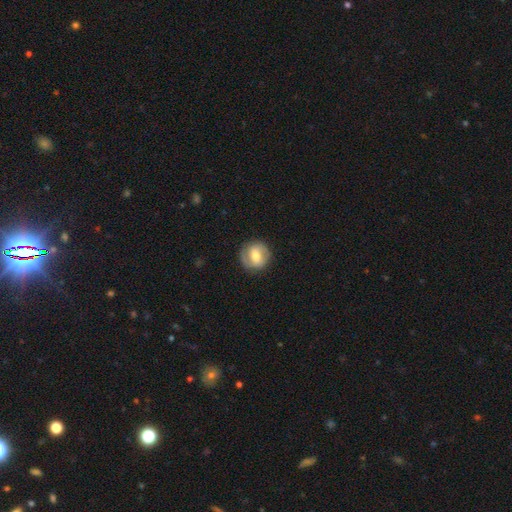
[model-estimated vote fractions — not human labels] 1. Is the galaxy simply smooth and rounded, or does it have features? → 51% featured or disk, 42% smooth, 7% star or artifact.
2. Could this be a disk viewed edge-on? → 95% no, 5% yes.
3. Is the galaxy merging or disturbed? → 84% none, 11% minor disturbance, 4% major disturbance, 1% merger.